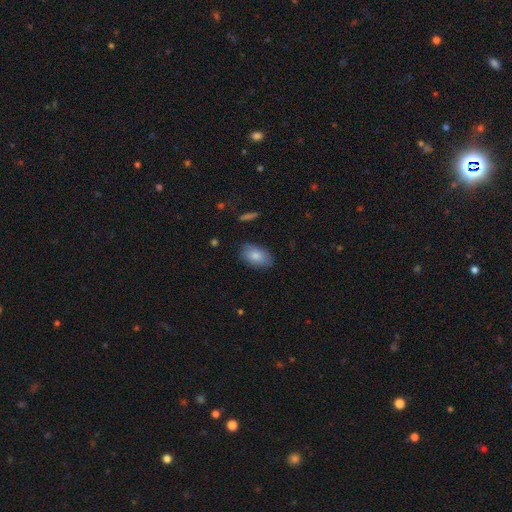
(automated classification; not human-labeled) Smooth or featured? Predicted: smooth (p=0.83). How rounded? Predicted: in between (p=0.92). Merging? Predicted: none (p=0.82).